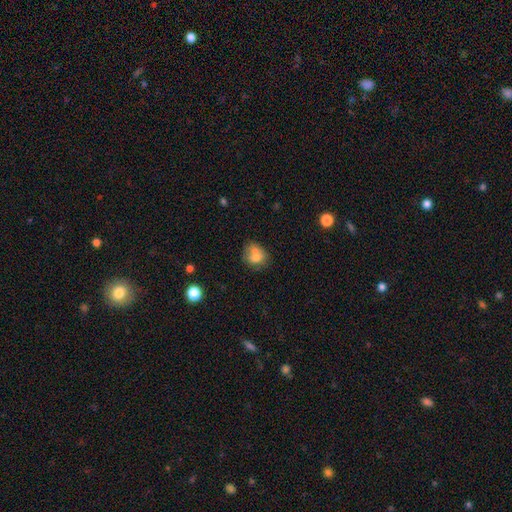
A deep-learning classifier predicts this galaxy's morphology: A smooth galaxy with no disk features (70%) that is round (61%). Merging: merger (44%).